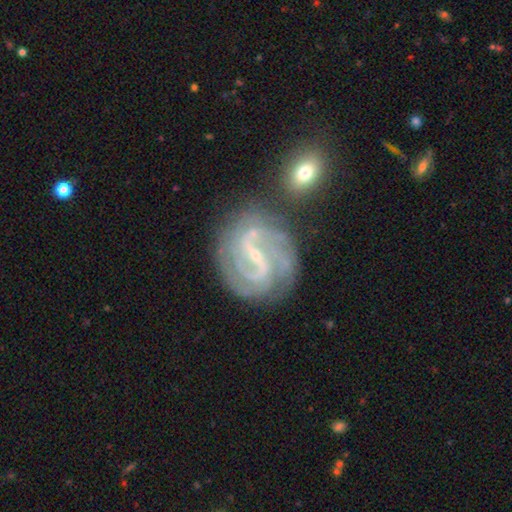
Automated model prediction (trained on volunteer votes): A featured or disk galaxy (90%) with a strong bar (56%), 2 (52%) tight (45%) spiral arms (97%) and a small central bulge (79%). Merging: none (67%).